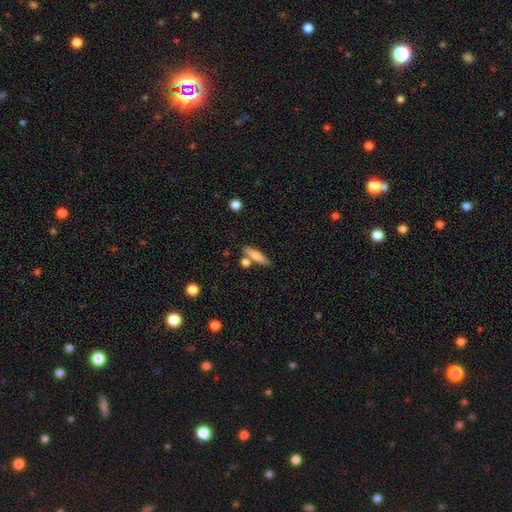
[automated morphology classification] This is likely a smooth galaxy (73%). How rounded: likely cigar-shaped (72%). Merging: likely none (71%).